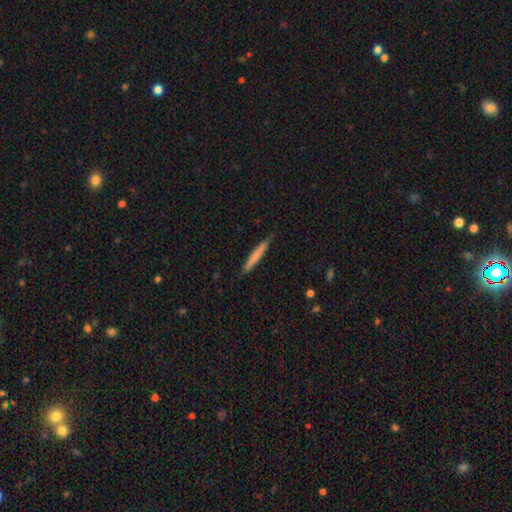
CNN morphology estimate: type=smooth (69%); roundness=cigar-shaped (96%); merging=none (86%).